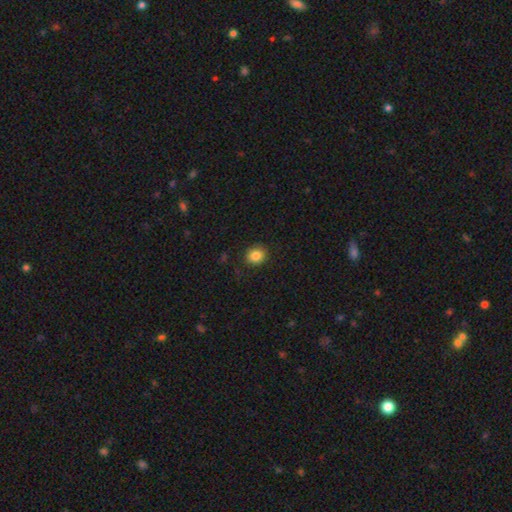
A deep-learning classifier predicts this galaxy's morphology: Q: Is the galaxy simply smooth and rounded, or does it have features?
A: smooth — 85%.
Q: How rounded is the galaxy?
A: round — 74%.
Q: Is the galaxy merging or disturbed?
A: none — 88%.